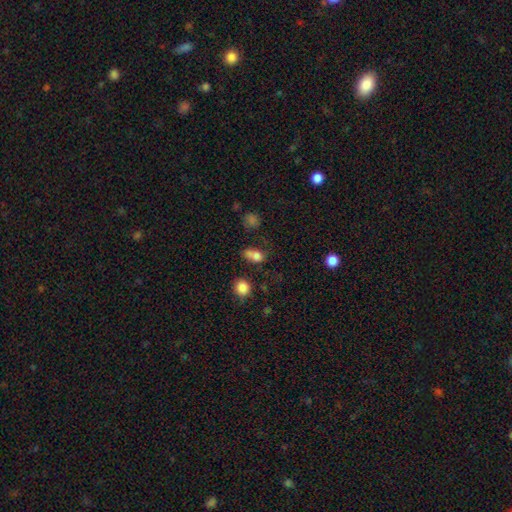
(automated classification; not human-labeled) smooth_or_featured: smooth (p=0.78) [alt: star or artifact p=0.13]
how_rounded: in between (p=0.68) [alt: round p=0.28]
merging: none (p=0.43) [alt: minor disturbance p=0.25]